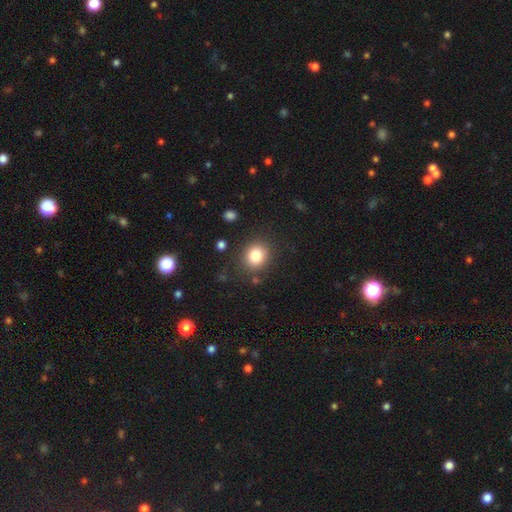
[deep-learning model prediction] Morphology: type=smooth (82%); roundness=round (74%); merging=none (84%).